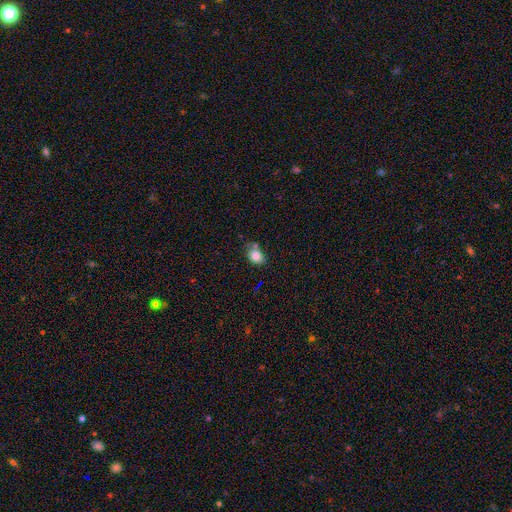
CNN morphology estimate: smooth 83%, star or artifact 10%, featured or disk 6%. Down the decision tree: how rounded — in between (61%); merging — none (57%).